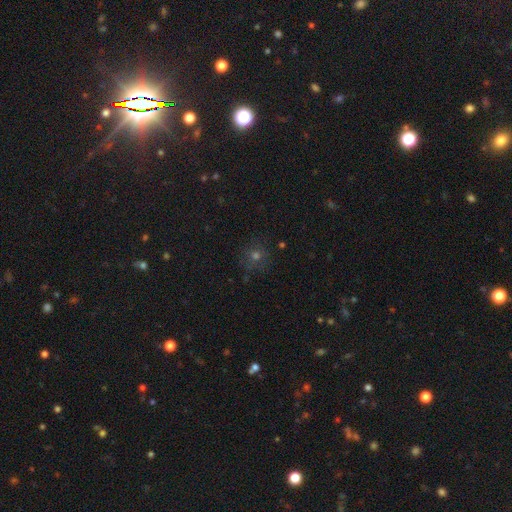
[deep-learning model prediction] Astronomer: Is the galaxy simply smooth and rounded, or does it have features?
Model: smooth — 53% (runner-up: star or artifact, 34%).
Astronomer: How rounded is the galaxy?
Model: round — 91%.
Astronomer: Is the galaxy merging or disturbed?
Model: none — 82%.